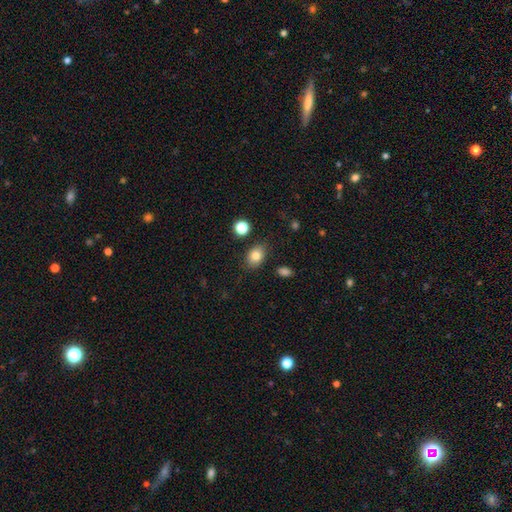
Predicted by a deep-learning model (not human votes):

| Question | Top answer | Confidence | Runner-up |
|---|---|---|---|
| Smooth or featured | smooth | 82% | star or artifact (10%) |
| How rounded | in between | 73% | round (26%) |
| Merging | none | 84% | minor disturbance (11%) |